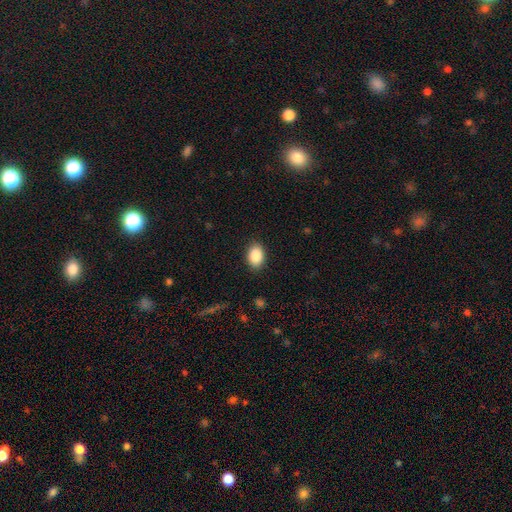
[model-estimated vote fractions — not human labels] smooth 87%, star or artifact 8%, featured or disk 5%. Down the decision tree: how rounded — in between (83%); merging — none (88%).